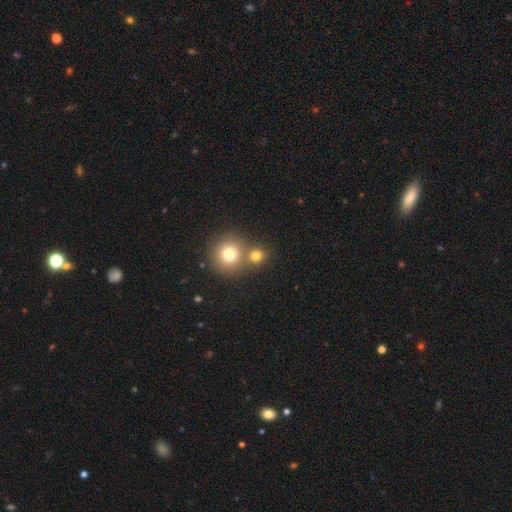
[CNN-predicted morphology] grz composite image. It shows a smooth galaxy with no disk features (78%) that is round (84%). Merging: none (52%).